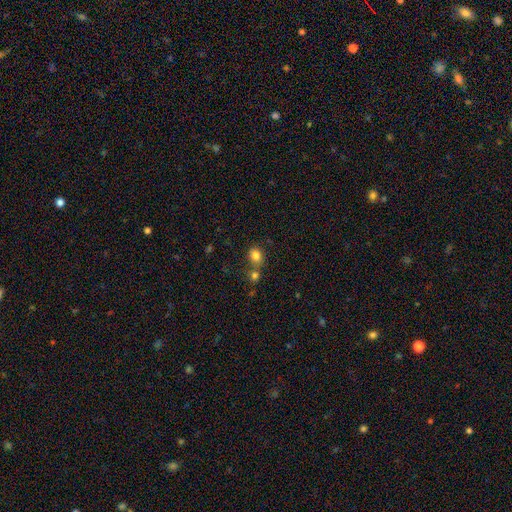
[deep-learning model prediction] A smooth galaxy with no disk features (81%) that is round (55%). Merging: none (62%).